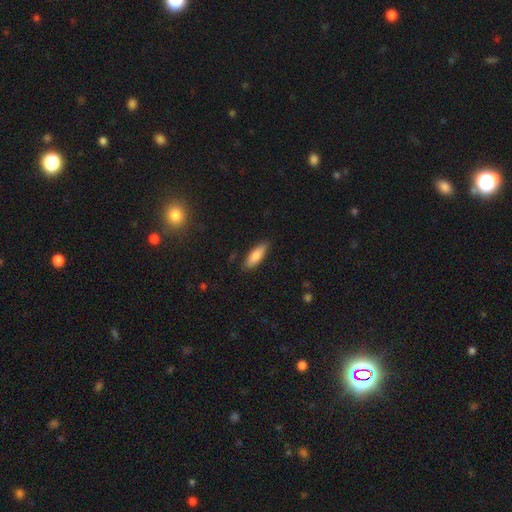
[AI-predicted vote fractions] A smooth galaxy with no disk features (83%) that is in between round and cigar-shaped (57%).

Vote fractions:
- Smooth or featured? smooth: 83% / featured or disk: 11% / star or artifact: 6%
- How rounded? in between: 57% / cigar-shaped: 41% / round: 2%
- Merging? none: 86% / minor disturbance: 10% / major disturbance: 2% / merger: 1%